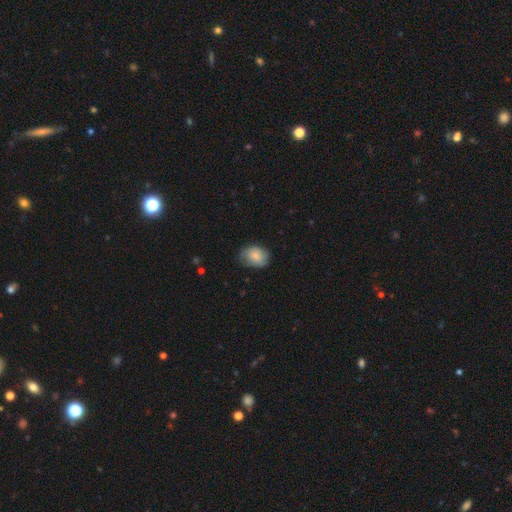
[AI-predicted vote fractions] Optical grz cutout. It shows a smooth galaxy with no disk features (80%) that is in between round and cigar-shaped (63%). Merging: none (69%).